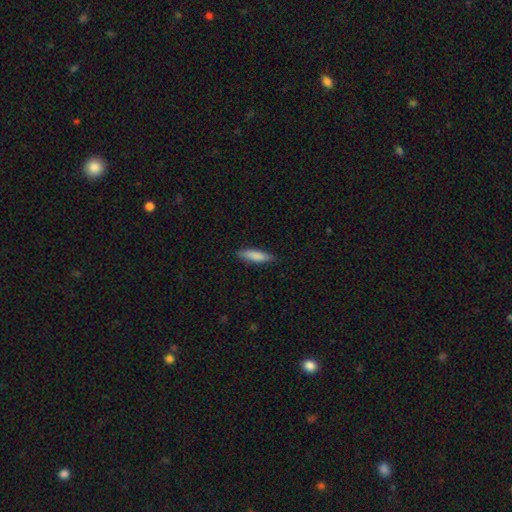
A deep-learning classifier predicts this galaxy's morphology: Q: Smooth or featured?
A: smooth (83%); runner-up: featured or disk (12%)
Q: How rounded?
A: cigar-shaped (72%); runner-up: in between (26%)
Q: Merging?
A: none (86%); runner-up: minor disturbance (11%)